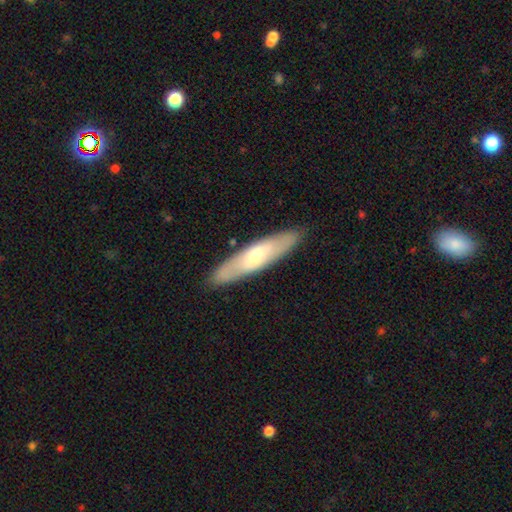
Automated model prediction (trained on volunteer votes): A smooth galaxy with no disk features (52%) that is cigar-shaped (71%).

Vote fractions:
- Smooth or featured? smooth: 52% / featured or disk: 43% / star or artifact: 5%
- How rounded? cigar-shaped: 71% / in between: 28% / round: 2%
- Merging? none: 88% / minor disturbance: 9% / major disturbance: 2% / merger: 1%